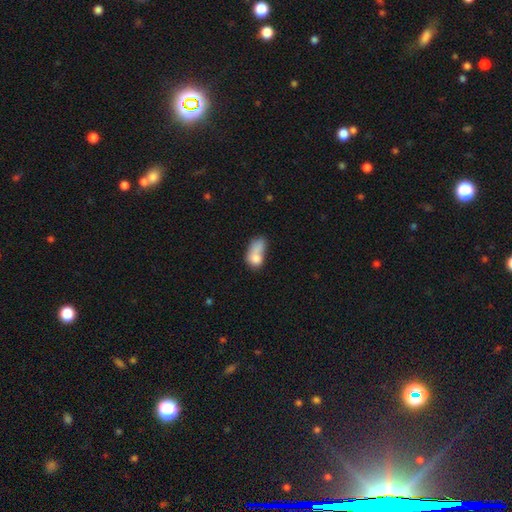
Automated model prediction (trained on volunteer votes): Smooth or featured: smooth — 73% (featured or disk — 18%)
How rounded: in between — 74% (round — 21%)
Merging: merger — 52% (none — 19%)